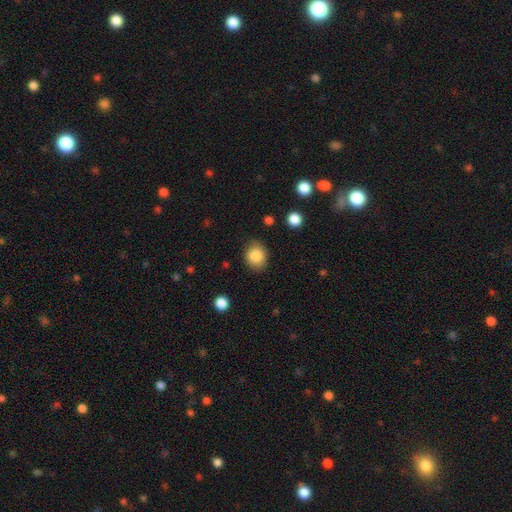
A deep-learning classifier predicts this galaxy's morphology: A smooth galaxy with no disk features (86%) that is round (69%). Merging: none (82%).